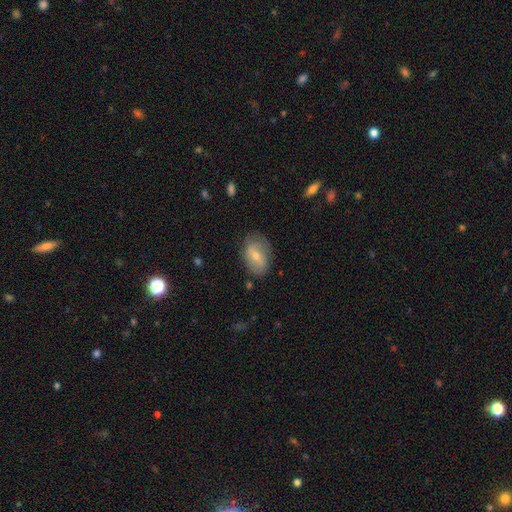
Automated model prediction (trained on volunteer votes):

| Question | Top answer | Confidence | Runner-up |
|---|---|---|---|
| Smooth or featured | smooth | 54% | featured or disk (39%) |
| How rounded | in between | 86% | round (12%) |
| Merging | none | 69% | minor disturbance (22%) |